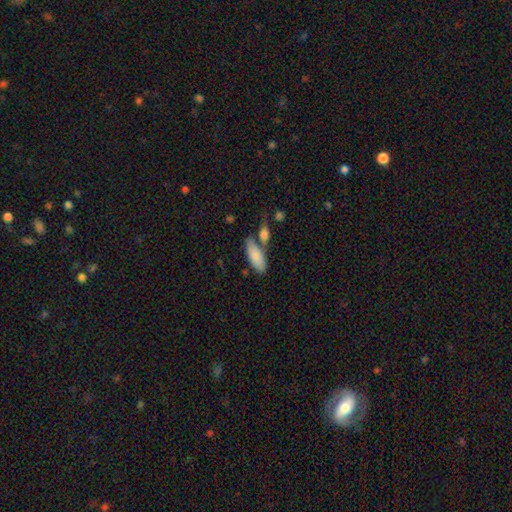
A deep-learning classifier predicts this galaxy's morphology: Smooth or featured: smooth — 82% (featured or disk — 11%)
How rounded: in between — 80% (cigar-shaped — 18%)
Merging: none — 53% (merger — 26%)